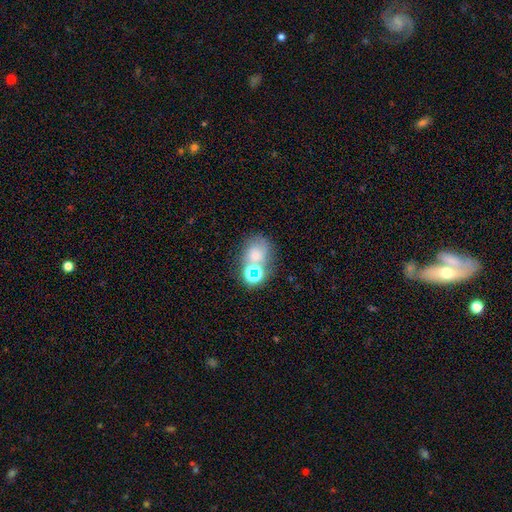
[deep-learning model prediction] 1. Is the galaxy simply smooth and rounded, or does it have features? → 59% smooth, 24% star or artifact, 17% featured or disk.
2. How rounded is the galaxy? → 61% round, 38% in between, 1% cigar-shaped.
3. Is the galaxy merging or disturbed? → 47% none, 31% merger, 14% minor disturbance, 8% major disturbance.